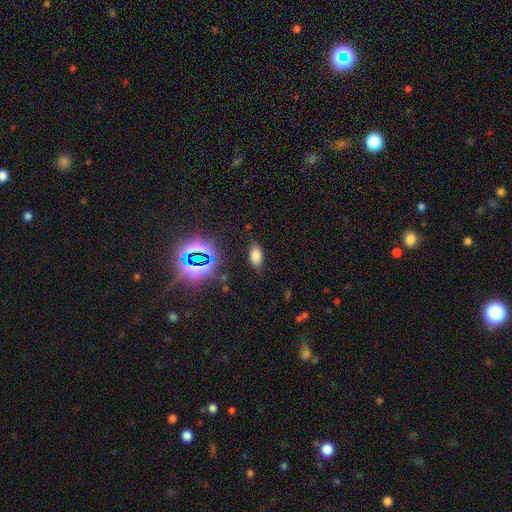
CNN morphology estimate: smooth_or_featured: smooth (p=0.72) [alt: star or artifact p=0.20]
how_rounded: in between (p=0.92) [alt: round p=0.04]
merging: none (p=0.85) [alt: minor disturbance p=0.10]